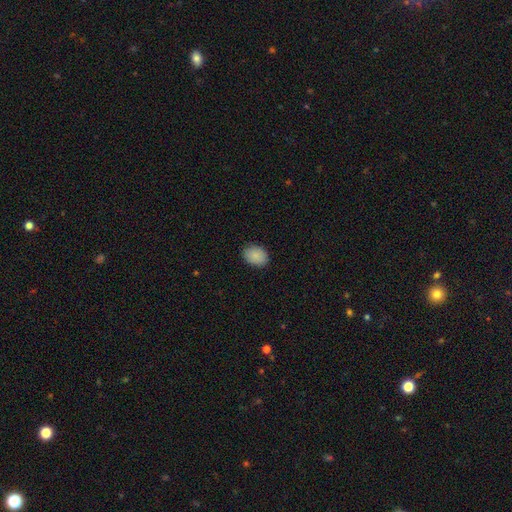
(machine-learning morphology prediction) Smooth or featured? Predicted: smooth (p=0.89). How rounded? Predicted: in between (p=0.72). Merging? Predicted: none (p=0.87).